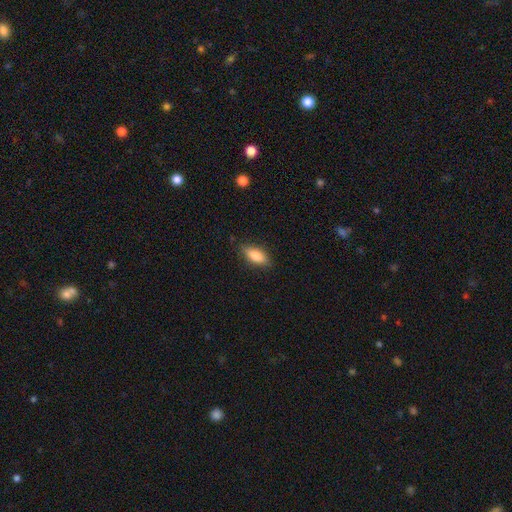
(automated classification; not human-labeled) A smooth galaxy with no disk features (79%) that is in between round and cigar-shaped (73%). Merging: none (83%).